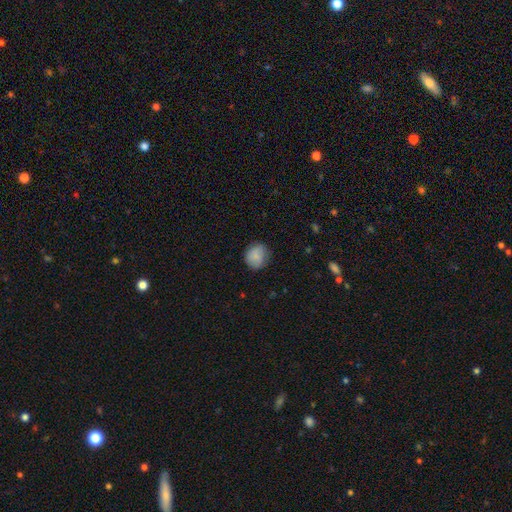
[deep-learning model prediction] Q: Smooth or featured?
A: smooth (86%); runner-up: star or artifact (8%)
Q: How rounded?
A: round (80%); runner-up: in between (19%)
Q: Merging?
A: none (81%); runner-up: minor disturbance (15%)